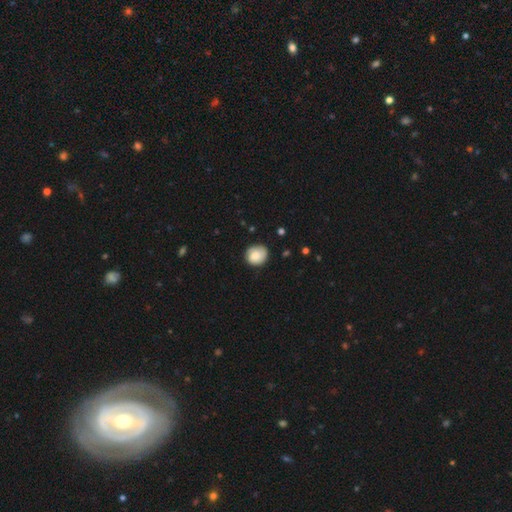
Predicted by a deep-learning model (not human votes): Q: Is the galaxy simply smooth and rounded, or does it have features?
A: smooth — 75%.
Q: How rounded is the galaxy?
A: round — 79%.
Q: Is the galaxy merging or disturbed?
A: none — 75%.